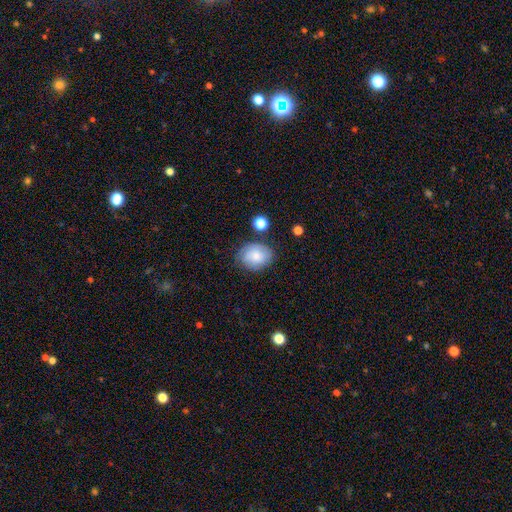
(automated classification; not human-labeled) smooth_or_featured: smooth (p=0.67) [alt: featured or disk p=0.24]
how_rounded: in between (p=0.54) [alt: round p=0.45]
merging: none (p=0.73) [alt: minor disturbance p=0.18]